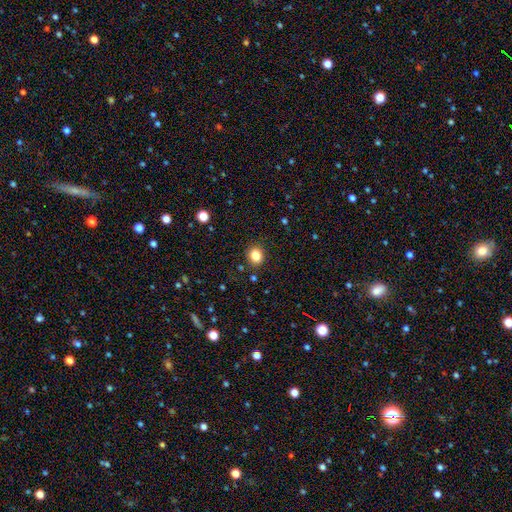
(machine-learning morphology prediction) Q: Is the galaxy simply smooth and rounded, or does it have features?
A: smooth — 83%.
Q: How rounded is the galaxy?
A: round — 70%.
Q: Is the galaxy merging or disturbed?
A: none — 89%.